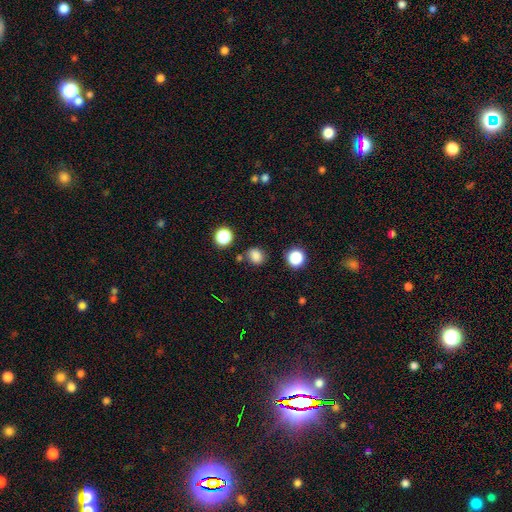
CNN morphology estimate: The model was most divided on "how rounded": round: 61%, in between: 38%, cigar-shaped: 1%. More confident: smooth or featured — smooth (80%); merging — none (79%).